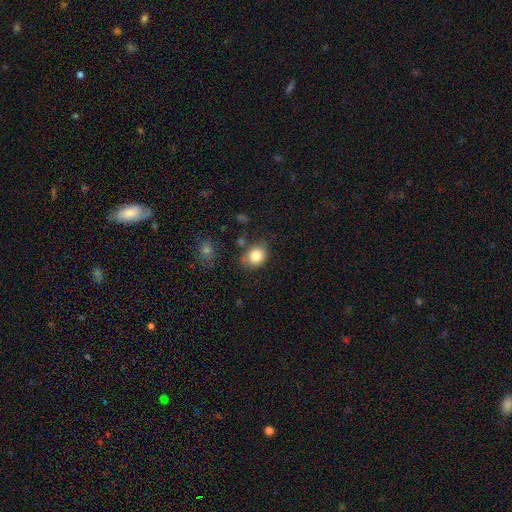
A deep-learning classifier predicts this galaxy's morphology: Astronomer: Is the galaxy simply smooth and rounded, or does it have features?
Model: smooth — 84%.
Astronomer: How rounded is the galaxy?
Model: round — 50% (runner-up: in between, 49%).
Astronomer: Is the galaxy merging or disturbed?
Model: none — 72%.